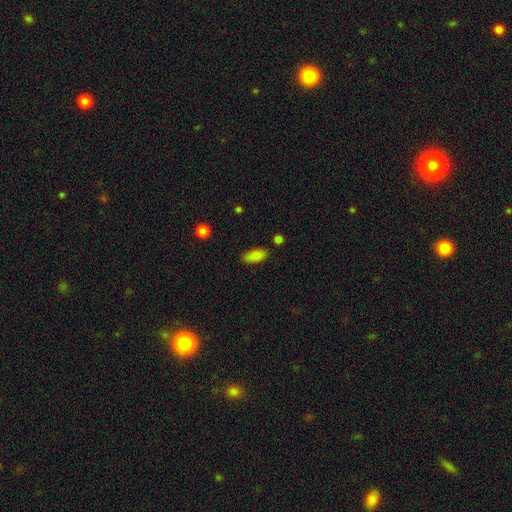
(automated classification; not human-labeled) Morphology: type=smooth (86%); roundness=in between (86%); merging=none (81%).